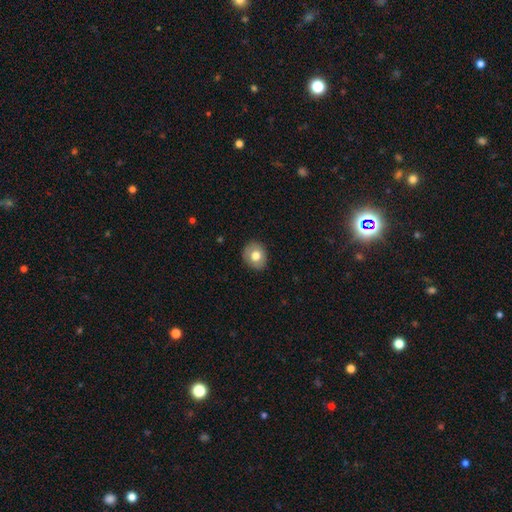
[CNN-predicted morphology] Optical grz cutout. It shows a smooth galaxy with no disk features (74%) that is round (62%). Merging: none (88%).